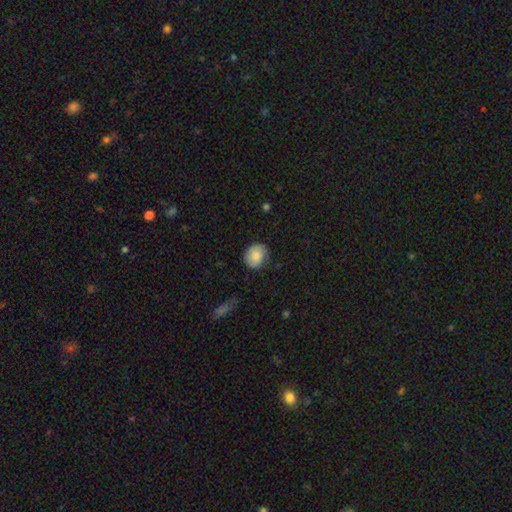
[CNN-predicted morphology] type=smooth (75%); roundness=round (69%); merging=none (74%).